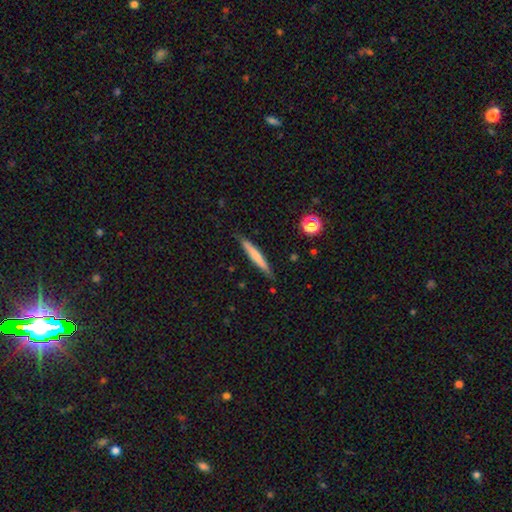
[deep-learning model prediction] Morphology: type=smooth (63%); roundness=cigar-shaped (95%); merging=none (85%).